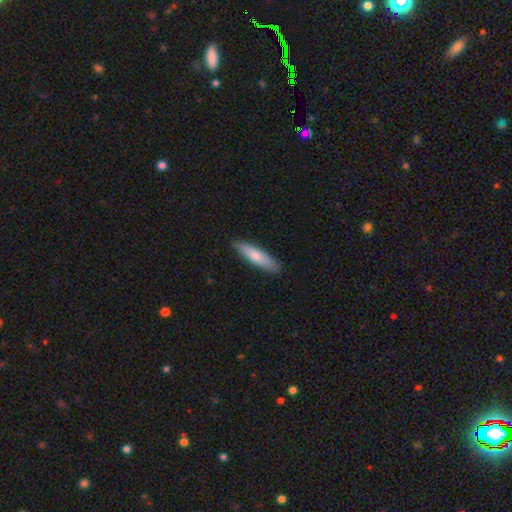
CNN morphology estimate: Overall: smooth (72%). How rounded: cigar-shaped (72%). Merging: none (87%).